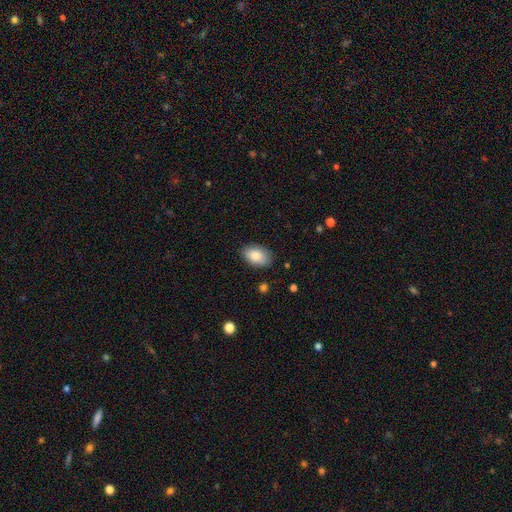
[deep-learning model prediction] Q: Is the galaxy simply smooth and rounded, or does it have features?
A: smooth — 85%.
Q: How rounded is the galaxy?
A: in between — 92%.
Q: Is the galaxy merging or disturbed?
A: none — 84%.